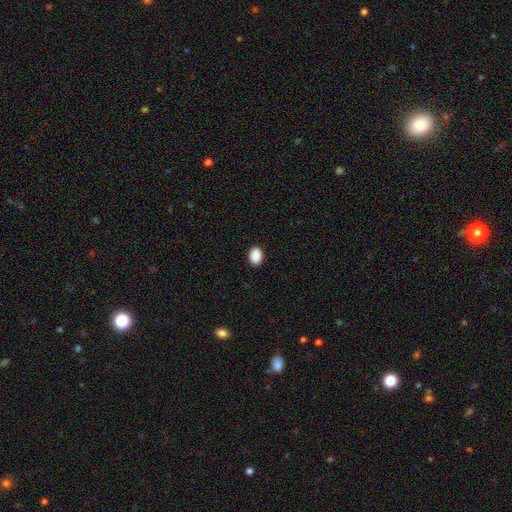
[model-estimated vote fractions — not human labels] Smooth or featured: smooth — 90% (star or artifact — 8%)
How rounded: in between — 69% (round — 30%)
Merging: none — 91% (minor disturbance — 6%)